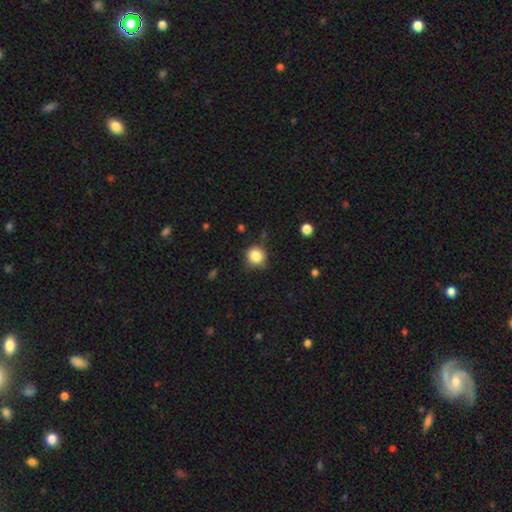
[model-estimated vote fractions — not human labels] The model was most divided on "merging": none: 78%, minor disturbance: 16%, major disturbance: 3%, merger: 2%. More confident: how rounded — round (92%); smooth or featured — smooth (85%).